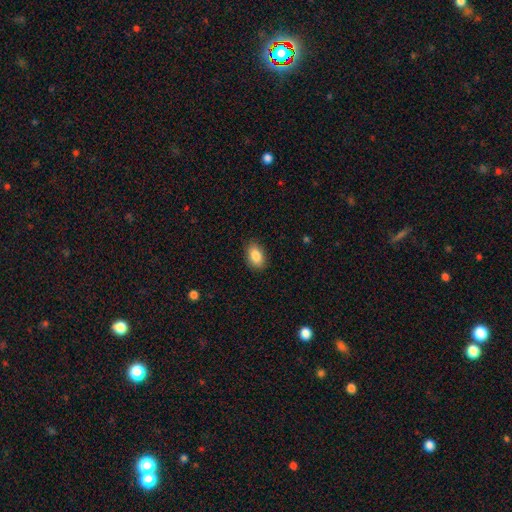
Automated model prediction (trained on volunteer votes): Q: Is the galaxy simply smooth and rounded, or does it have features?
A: smooth — 86%.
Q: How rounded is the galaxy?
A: in between — 90%.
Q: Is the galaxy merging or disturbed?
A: none — 87%.